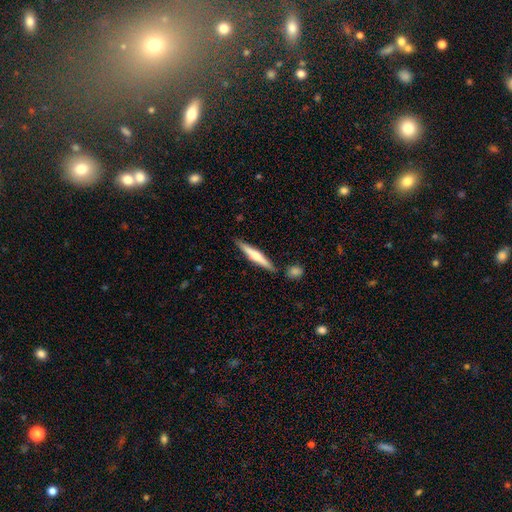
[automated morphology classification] Smooth or featured: featured or disk — 48% (smooth — 46%)
Merging: none — 83% (minor disturbance — 10%)